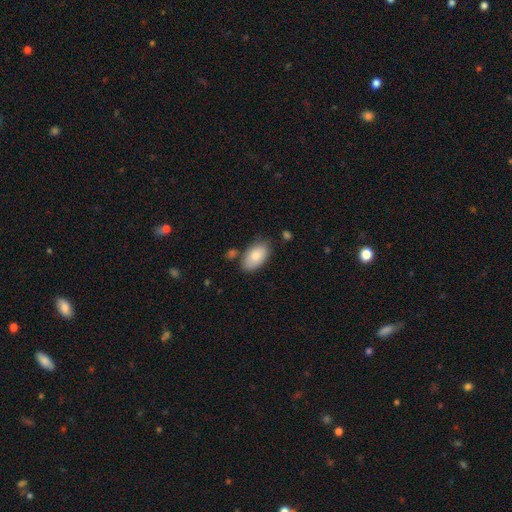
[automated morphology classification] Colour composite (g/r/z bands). It shows a smooth galaxy with no disk features (80%) that is in between round and cigar-shaped (95%). Merging: none (74%).